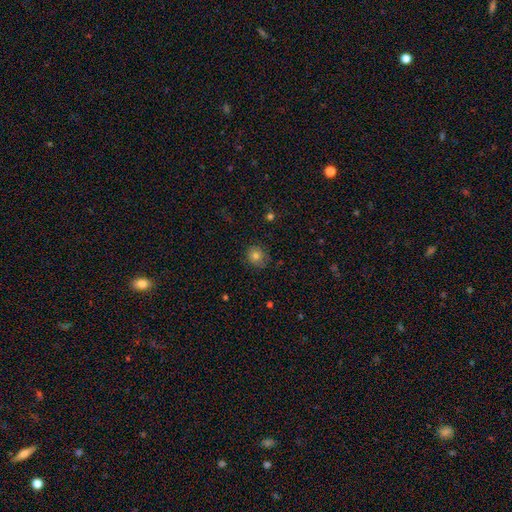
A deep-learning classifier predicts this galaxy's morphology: A smooth galaxy with no disk features (74%) that is round (77%).

Vote fractions:
- Smooth or featured? smooth: 74% / featured or disk: 14% / star or artifact: 12%
- How rounded? round: 77% / in between: 22% / cigar-shaped: 1%
- Merging? none: 76% / minor disturbance: 18% / major disturbance: 4% / merger: 1%